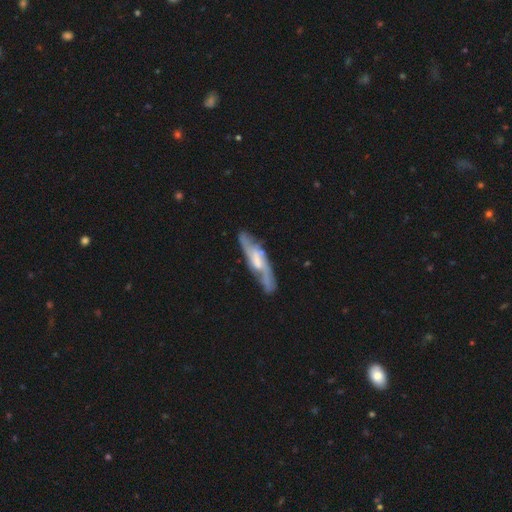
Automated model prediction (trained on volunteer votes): Q: Smooth or featured?
A: featured or disk (77%); runner-up: smooth (17%)
Q: Edge-on disk?
A: no (62%); runner-up: yes (38%)
Q: Merging?
A: none (79%); runner-up: minor disturbance (15%)